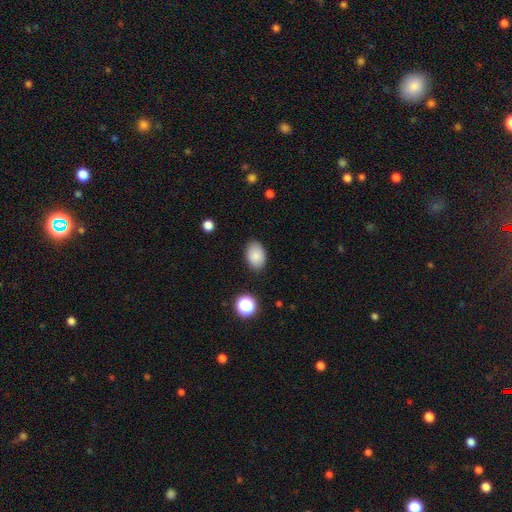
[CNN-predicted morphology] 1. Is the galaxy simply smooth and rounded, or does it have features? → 85% smooth, 9% star or artifact, 6% featured or disk.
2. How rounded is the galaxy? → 84% in between, 15% round, 1% cigar-shaped.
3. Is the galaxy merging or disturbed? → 85% none, 11% minor disturbance, 3% major disturbance, 1% merger.